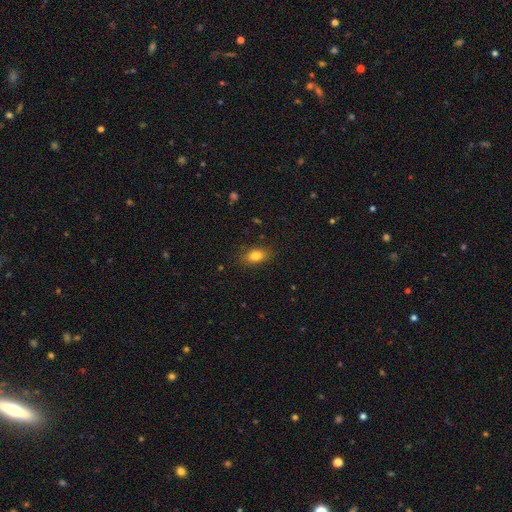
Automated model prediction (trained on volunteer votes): Smooth or featured? Predicted: smooth (p=0.81). How rounded? Predicted: in between (p=0.83). Merging? Predicted: none (p=0.85).